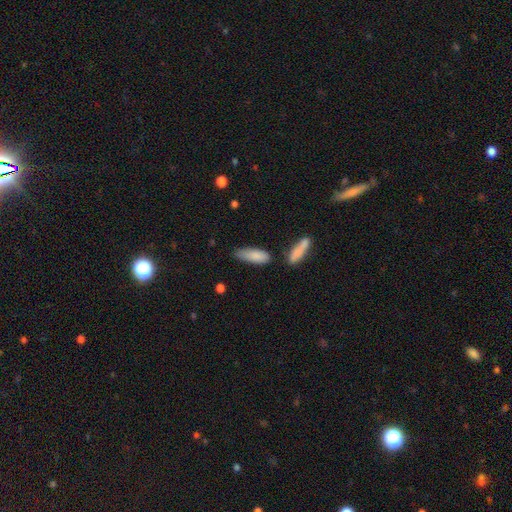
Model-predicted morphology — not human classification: smooth_or_featured: smooth (p=0.85) [alt: featured or disk p=0.09]
how_rounded: in between (p=0.57) [alt: cigar-shaped p=0.42]
merging: none (p=0.57) [alt: minor disturbance p=0.26]